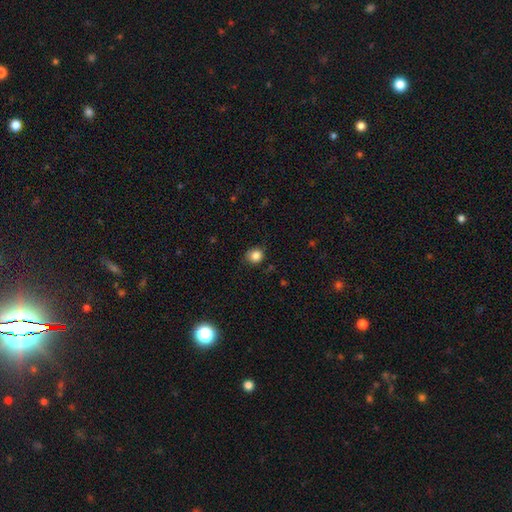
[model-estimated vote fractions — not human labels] Smooth or featured?
  - smooth: 84% *
  - star or artifact: 11%
  - featured or disk: 5%
How rounded?
  - round: 79% *
  - in between: 20%
  - cigar-shaped: 1%
Merging?
  - none: 79% *
  - minor disturbance: 16%
  - major disturbance: 3%
  - merger: 1%